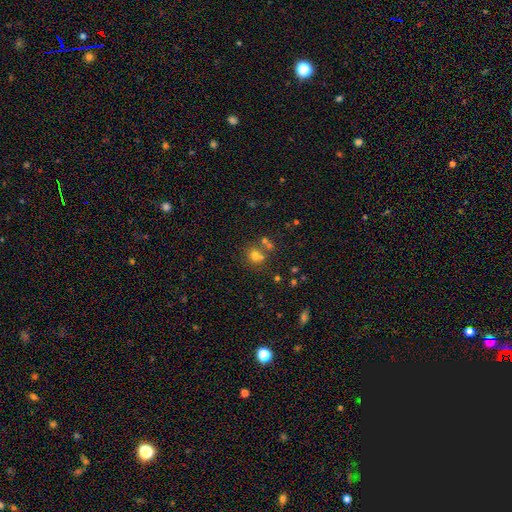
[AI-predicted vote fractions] Overall: smooth (66%). How rounded: round (81%). Merging: none (54%; merger 34%).